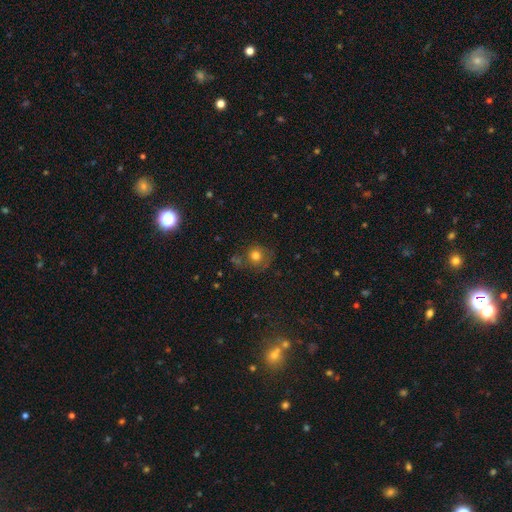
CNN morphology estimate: smooth_or_featured: smooth (p=0.73) [alt: star or artifact p=0.14]
how_rounded: round (p=0.87) [alt: in between p=0.12]
merging: none (p=0.64) [alt: minor disturbance p=0.19]